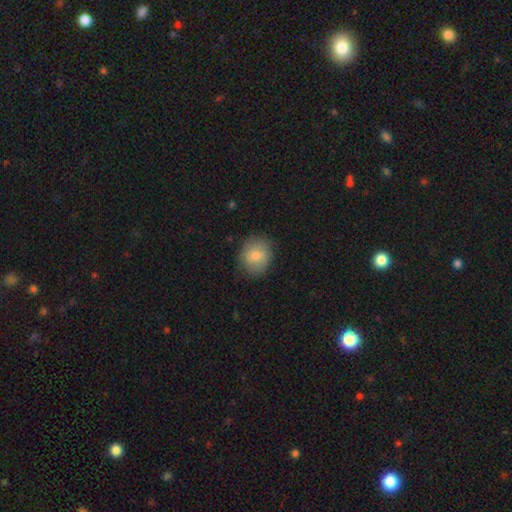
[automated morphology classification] The model was most divided on "how rounded": round: 74%, in between: 25%, cigar-shaped: 1%. More confident: merging — none (82%); smooth or featured — smooth (78%).